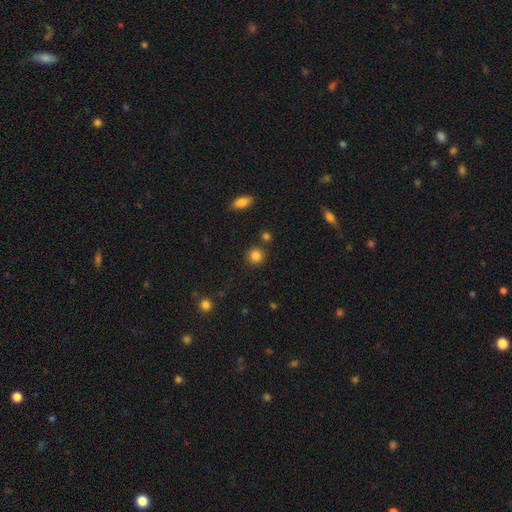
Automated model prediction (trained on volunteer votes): smooth 85%, star or artifact 11%, featured or disk 4%. Down the decision tree: how rounded — round (90%); merging — none (85%).